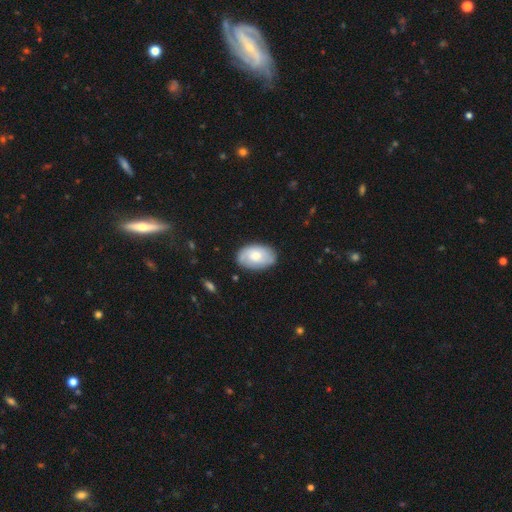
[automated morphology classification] Q: Smooth or featured?
A: smooth (60%); runner-up: featured or disk (34%)
Q: How rounded?
A: in between (91%); runner-up: round (8%)
Q: Merging?
A: none (78%); runner-up: minor disturbance (17%)